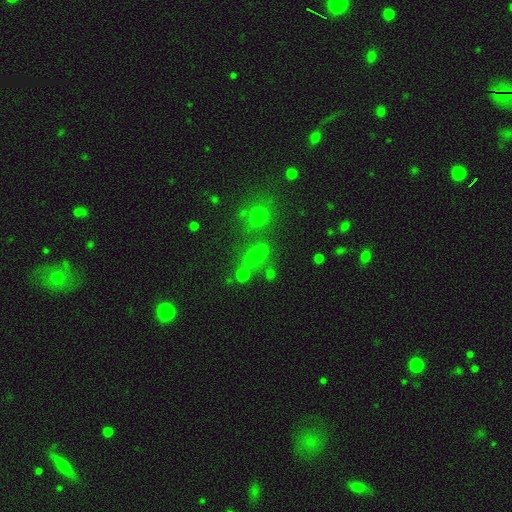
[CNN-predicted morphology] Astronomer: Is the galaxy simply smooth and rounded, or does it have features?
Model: smooth — 63%.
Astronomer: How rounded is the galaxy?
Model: in between — 59%.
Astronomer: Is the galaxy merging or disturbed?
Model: none — 63%.